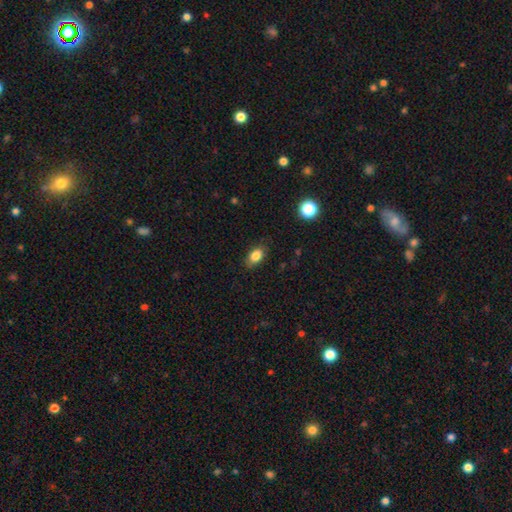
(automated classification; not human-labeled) Smooth or featured: smooth — 84% (star or artifact — 9%)
How rounded: in between — 88% (round — 9%)
Merging: none — 83% (minor disturbance — 13%)